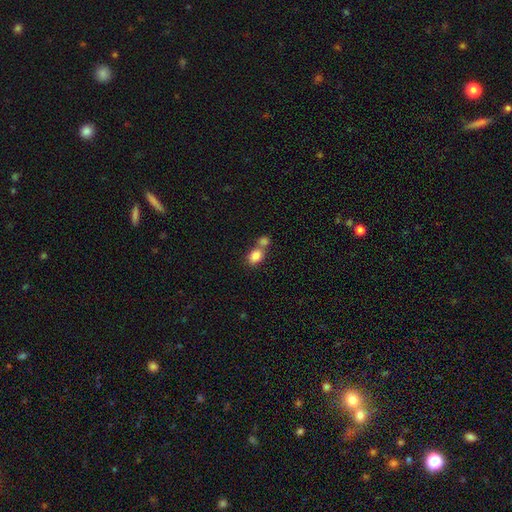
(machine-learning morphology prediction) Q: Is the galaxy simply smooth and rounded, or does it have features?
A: smooth — 83%.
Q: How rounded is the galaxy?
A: in between — 59%.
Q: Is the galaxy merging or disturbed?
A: merger — 52%.